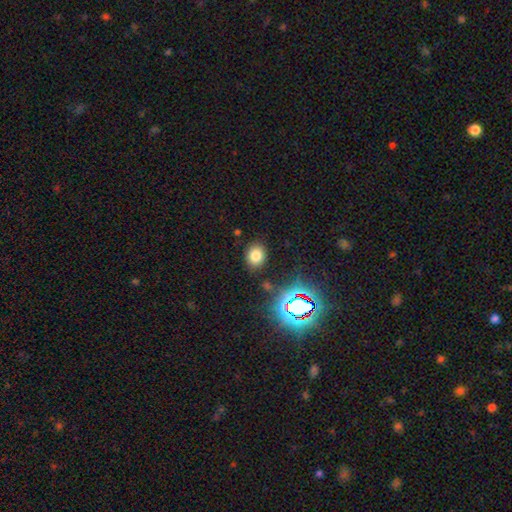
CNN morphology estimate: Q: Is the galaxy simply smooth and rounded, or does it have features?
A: smooth — 75%.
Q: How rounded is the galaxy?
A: in between — 53%.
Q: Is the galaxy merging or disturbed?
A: none — 84%.